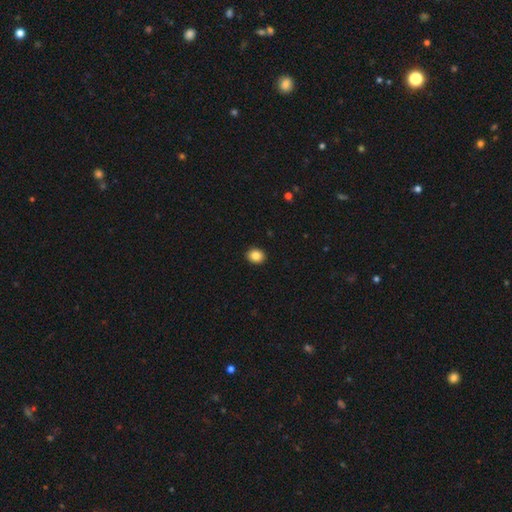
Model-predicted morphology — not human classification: Q: Smooth or featured?
A: smooth (86%); runner-up: star or artifact (9%)
Q: How rounded?
A: round (56%); runner-up: in between (44%)
Q: Merging?
A: none (92%); runner-up: minor disturbance (5%)